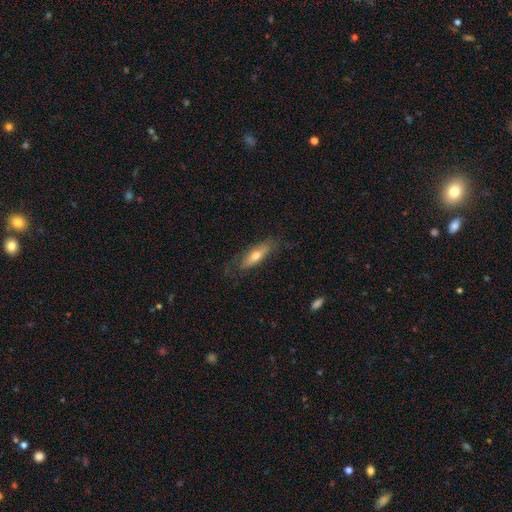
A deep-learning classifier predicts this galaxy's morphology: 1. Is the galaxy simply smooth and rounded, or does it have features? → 56% smooth, 38% featured or disk, 6% star or artifact.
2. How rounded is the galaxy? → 55% cigar-shaped, 42% in between, 2% round.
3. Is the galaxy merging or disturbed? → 70% none, 21% minor disturbance, 8% major disturbance, 1% merger.